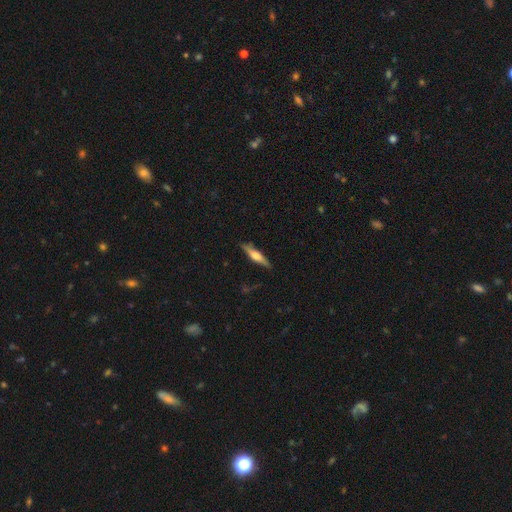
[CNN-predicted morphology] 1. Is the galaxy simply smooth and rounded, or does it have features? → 53% featured or disk, 41% smooth, 6% star or artifact.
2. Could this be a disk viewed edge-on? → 95% yes, 5% no.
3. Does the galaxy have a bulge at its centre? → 82% rounded, 12% boxy, 6% none.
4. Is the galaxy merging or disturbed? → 85% none, 11% minor disturbance, 2% major disturbance, 1% merger.